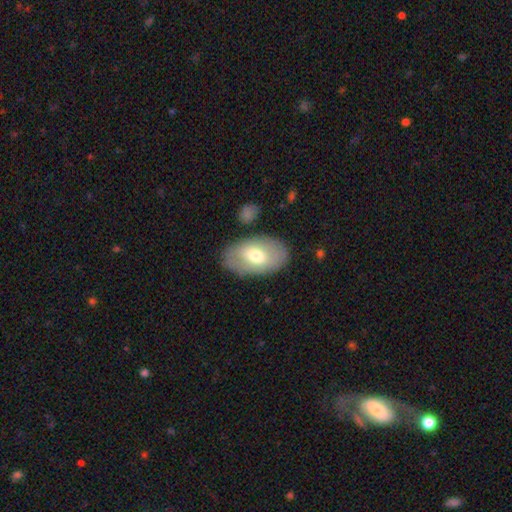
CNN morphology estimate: smooth_or_featured: smooth (p=0.59) [alt: featured or disk p=0.35]
how_rounded: in between (p=0.93) [alt: round p=0.06]
merging: none (p=0.81) [alt: minor disturbance p=0.12]